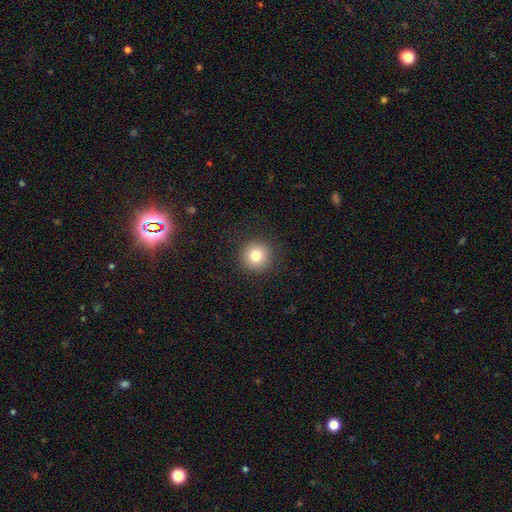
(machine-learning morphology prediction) This appears to be a smooth galaxy with no disk features (80%) that is round (96%). Merging: none (91%).